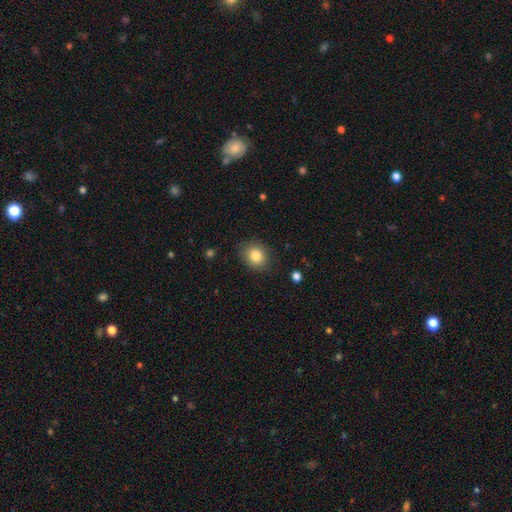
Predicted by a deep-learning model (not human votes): Smooth or featured?
  - smooth: 83% *
  - star or artifact: 9%
  - featured or disk: 8%
How rounded?
  - round: 61% *
  - in between: 38%
  - cigar-shaped: 1%
Merging?
  - none: 84% *
  - minor disturbance: 12%
  - major disturbance: 3%
  - merger: 1%